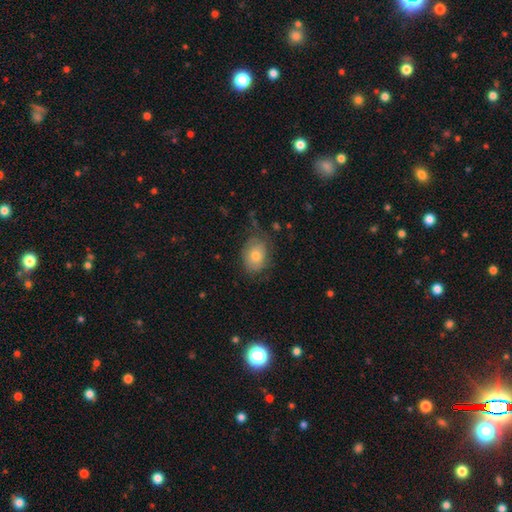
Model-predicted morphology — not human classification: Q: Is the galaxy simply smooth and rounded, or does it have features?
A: smooth — 68%.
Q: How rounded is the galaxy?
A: in between — 69%.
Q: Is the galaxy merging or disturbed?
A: none — 65%.